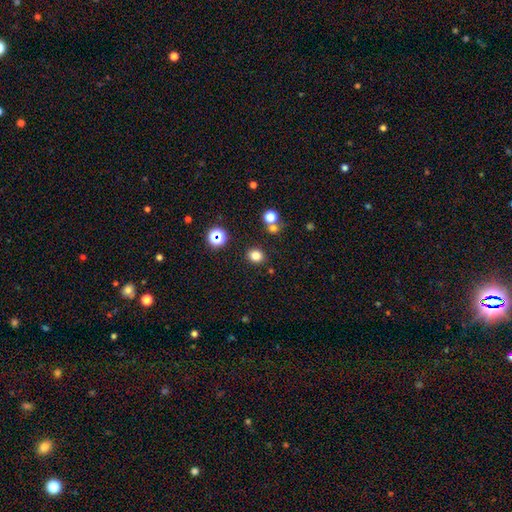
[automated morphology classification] A smooth galaxy with no disk features (79%) that is round (70%).

Vote fractions:
- Smooth or featured? smooth: 79% / star or artifact: 16% / featured or disk: 5%
- How rounded? round: 70% / in between: 29% / cigar-shaped: 1%
- Merging? none: 85% / minor disturbance: 8% / merger: 4% / major disturbance: 3%